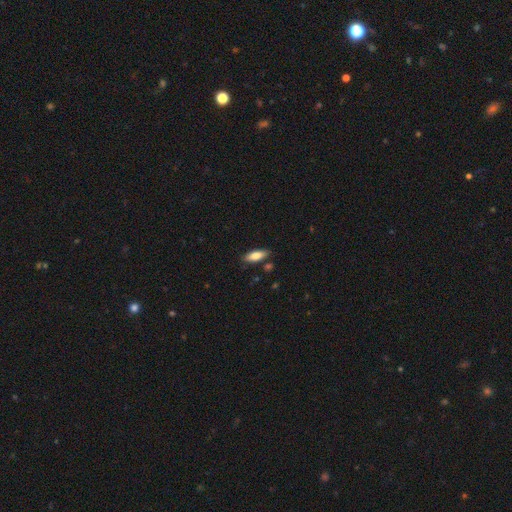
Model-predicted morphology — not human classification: Overall: smooth (81%). How rounded: in between (71%). Merging: none (83%).